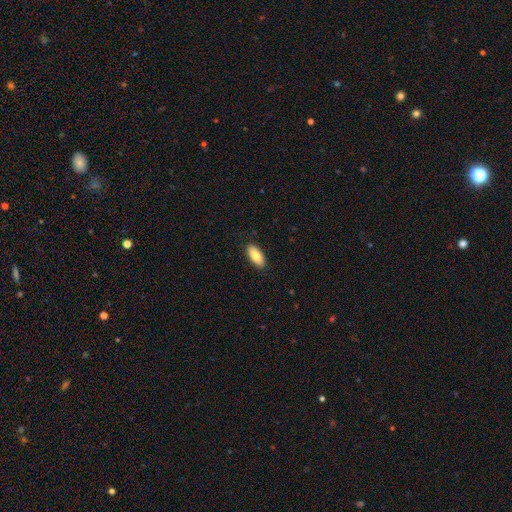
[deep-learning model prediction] Smooth or featured?
  - smooth: 83% *
  - featured or disk: 11%
  - star or artifact: 6%
How rounded?
  - in between: 89% *
  - cigar-shaped: 10%
  - round: 2%
Merging?
  - none: 89% *
  - minor disturbance: 8%
  - major disturbance: 2%
  - merger: 1%